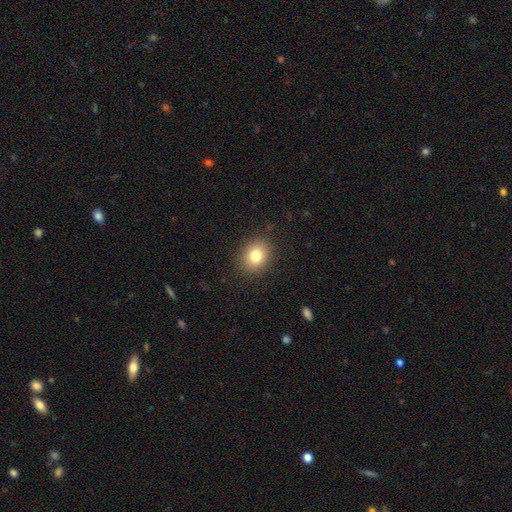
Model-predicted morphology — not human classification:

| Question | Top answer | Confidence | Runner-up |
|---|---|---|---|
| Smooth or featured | smooth | 80% | star or artifact (11%) |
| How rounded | round | 57% | in between (42%) |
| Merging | none | 88% | minor disturbance (8%) |